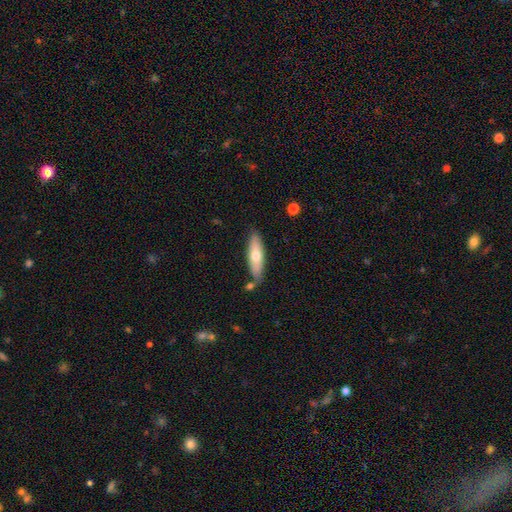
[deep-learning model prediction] The model was most divided on "how rounded": cigar-shaped: 60%, in between: 39%, round: 2%. More confident: merging — none (75%); smooth or featured — smooth (62%).